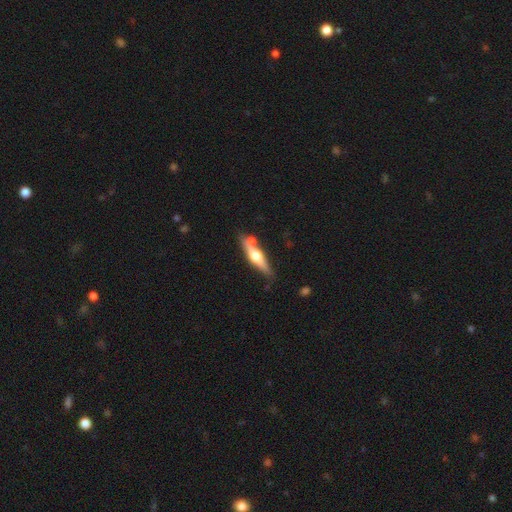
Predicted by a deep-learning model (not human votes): A featured or disk galaxy (62%) viewed edge-on (94%) with a rounded central bulge (93%). Merging: none (71%).